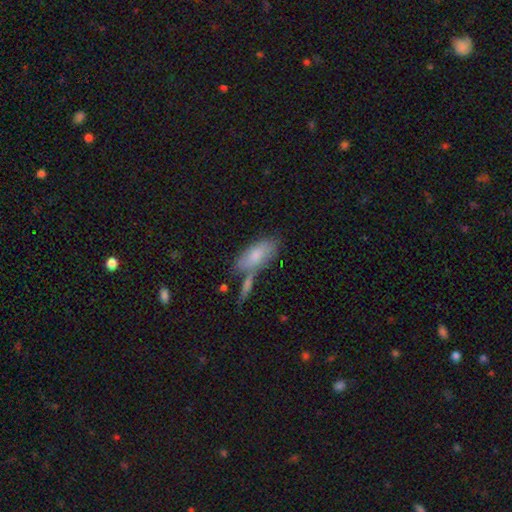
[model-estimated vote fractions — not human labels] A smooth galaxy with no disk features (74%) that is in between round and cigar-shaped (83%). Merging: none (54%).